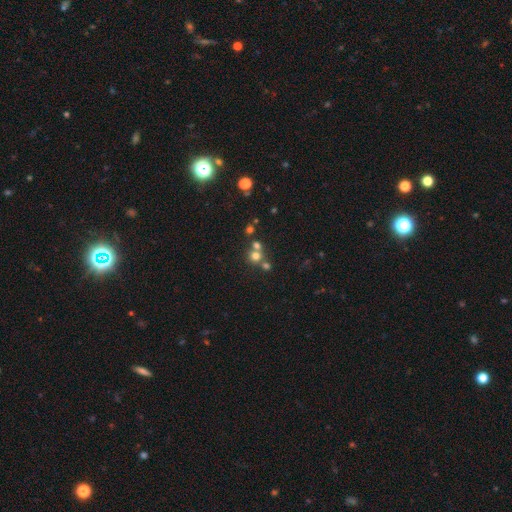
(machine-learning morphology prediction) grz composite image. It shows a smooth galaxy with no disk features (66%) that is round (88%). Merging: none (51%).